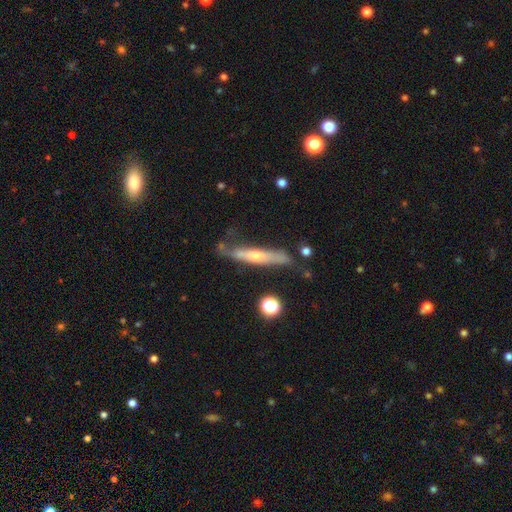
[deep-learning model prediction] Smooth or featured: featured or disk — 67% (smooth — 24%)
Edge-on disk: yes — 83% (no — 17%)
Edge-on bulge: rounded — 73% (none — 21%)
Merging: none — 66% (minor disturbance — 22%)